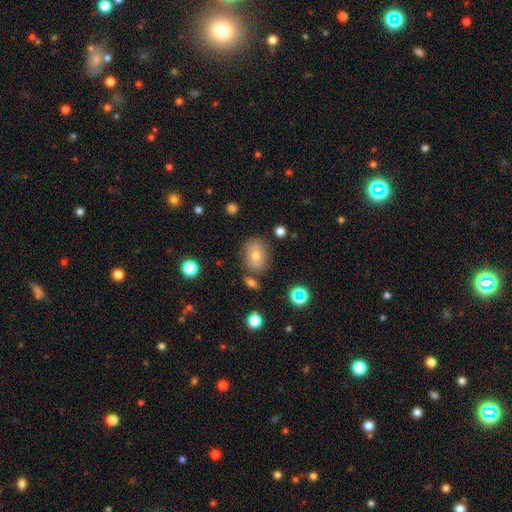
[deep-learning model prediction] A smooth galaxy with no disk features (70%) that is in between round and cigar-shaped (59%).

Vote fractions:
- Smooth or featured? smooth: 70% / featured or disk: 18% / star or artifact: 11%
- How rounded? in between: 59% / round: 40% / cigar-shaped: 1%
- Merging? none: 74% / minor disturbance: 14% / merger: 7% / major disturbance: 4%